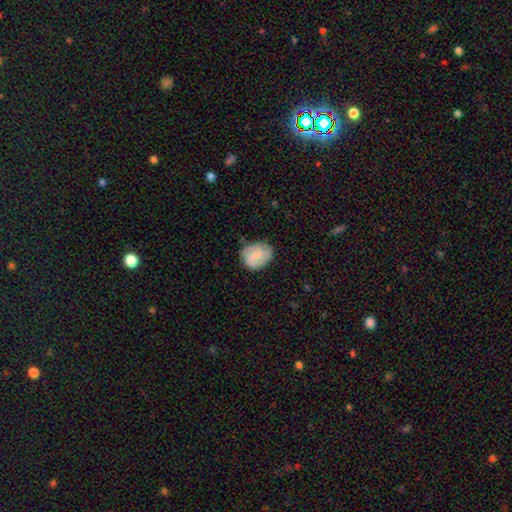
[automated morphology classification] A featured or disk galaxy (53%) with a weak bar (55%), spiral arms (89%) and a small central bulge (47%).

Vote fractions:
- Smooth or featured? featured or disk: 53% / smooth: 41% / star or artifact: 6%
- Edge-on disk? no: 98% / yes: 2%
- Bar? weak: 55% / no: 34% / strong: 12%
- Spiral arms? yes: 89% / no: 11%
- Bulge size? small: 47% / moderate: 28% / none: 22% / large: 3% / dominant: 1%
- Merging? none: 73% / minor disturbance: 20% / major disturbance: 5% / merger: 1%